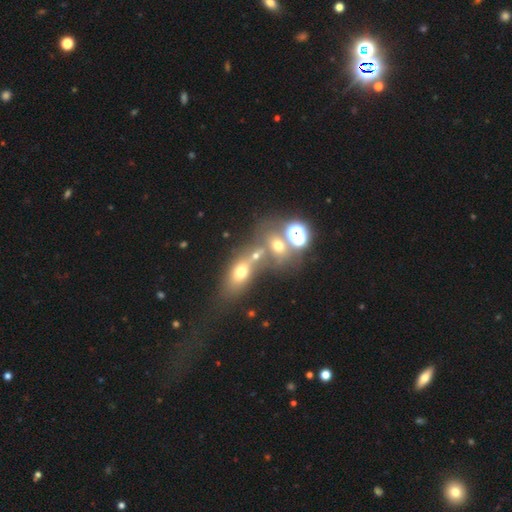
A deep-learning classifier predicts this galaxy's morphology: Smooth or featured: smooth — 55% (star or artifact — 25%)
How rounded: in between — 53% (round — 41%)
Merging: merger — 50% (none — 34%)